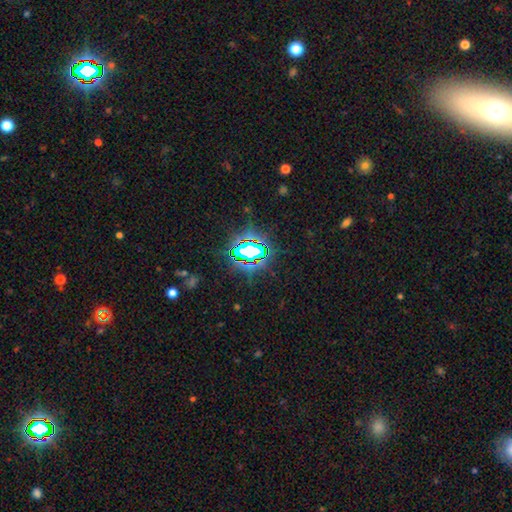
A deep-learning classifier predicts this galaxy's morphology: Smooth or featured?
  - star or artifact: 76% *
  - smooth: 14%
  - featured or disk: 11%